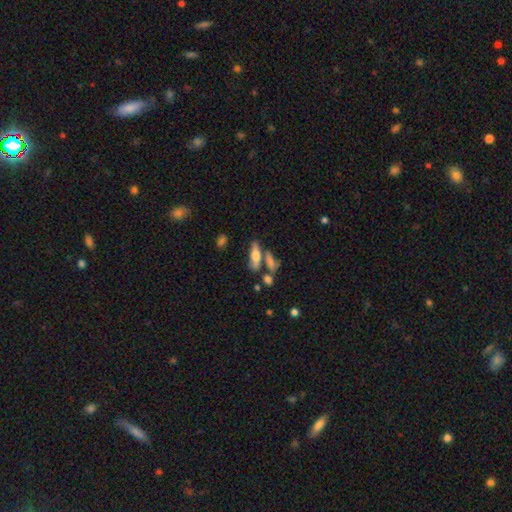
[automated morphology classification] type=smooth (60%); roundness=in between (49%); merging=none (58%).